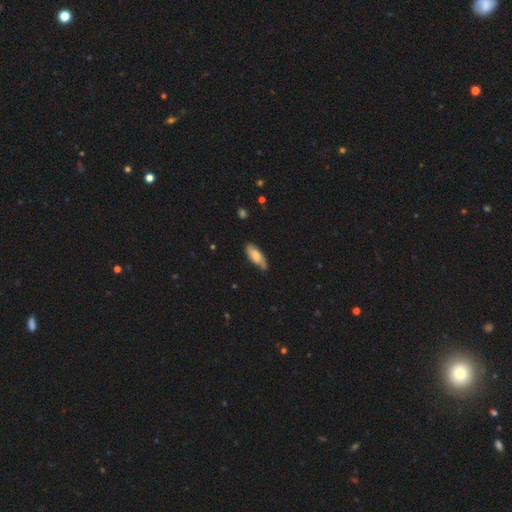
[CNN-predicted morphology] A smooth galaxy with no disk features (68%) that is in between round and cigar-shaped (71%).

Vote fractions:
- Smooth or featured? smooth: 68% / featured or disk: 25% / star or artifact: 6%
- How rounded? in between: 71% / cigar-shaped: 27% / round: 2%
- Merging? none: 71% / minor disturbance: 24% / major disturbance: 4% / merger: 2%